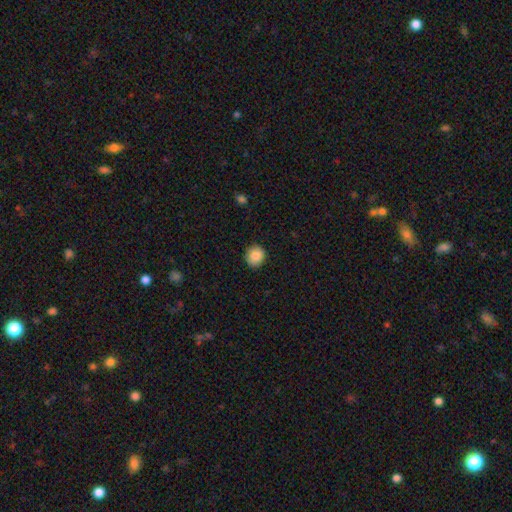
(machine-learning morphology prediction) The model was most divided on "how rounded": round: 84%, in between: 15%, cigar-shaped: 1%. More confident: merging — none (87%); smooth or featured — smooth (86%).